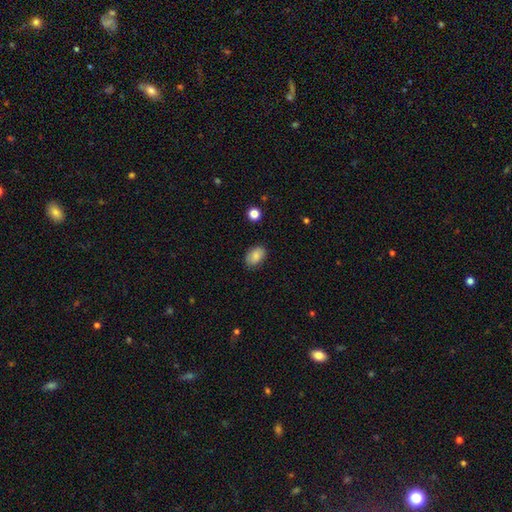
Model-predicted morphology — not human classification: Smooth or featured? Predicted: smooth (p=0.85). How rounded? Predicted: in between (p=0.85). Merging? Predicted: none (p=0.81).